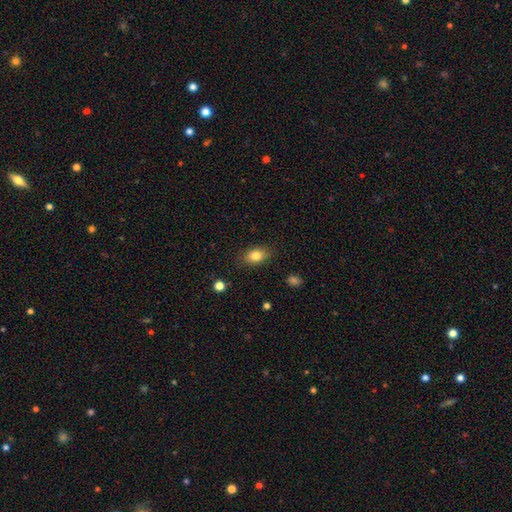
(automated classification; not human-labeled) The model was most divided on "how rounded": in between: 82%, round: 17%, cigar-shaped: 2%. More confident: merging — none (85%); smooth or featured — smooth (83%).